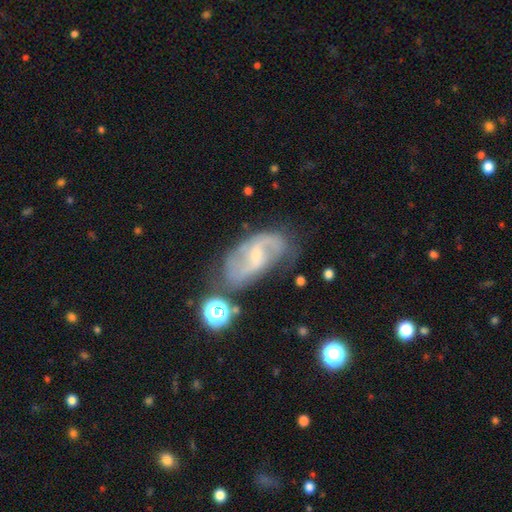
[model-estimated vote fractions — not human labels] Q: Smooth or featured?
A: featured or disk (80%); runner-up: smooth (12%)
Q: Edge-on disk?
A: no (96%); runner-up: yes (4%)
Q: Bar?
A: weak (52%); runner-up: no (31%)
Q: Spiral arms?
A: yes (92%); runner-up: no (8%)
Q: Spiral winding?
A: medium (43%); runner-up: loose (42%)
Q: Spiral arm count?
A: 2 (83%); runner-up: can't tell (9%)
Q: Bulge size?
A: small (67%); runner-up: moderate (26%)
Q: Merging?
A: none (63%); runner-up: minor disturbance (21%)